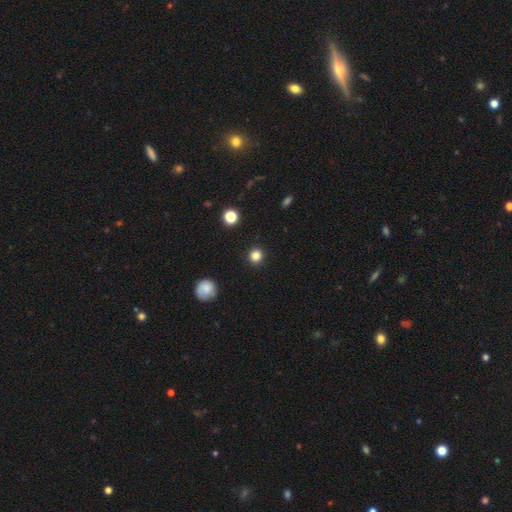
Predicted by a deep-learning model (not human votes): Smooth or featured?
  - smooth: 84% *
  - star or artifact: 12%
  - featured or disk: 4%
How rounded?
  - round: 91% *
  - in between: 8%
  - cigar-shaped: 1%
Merging?
  - none: 91% *
  - minor disturbance: 5%
  - major disturbance: 2%
  - merger: 1%